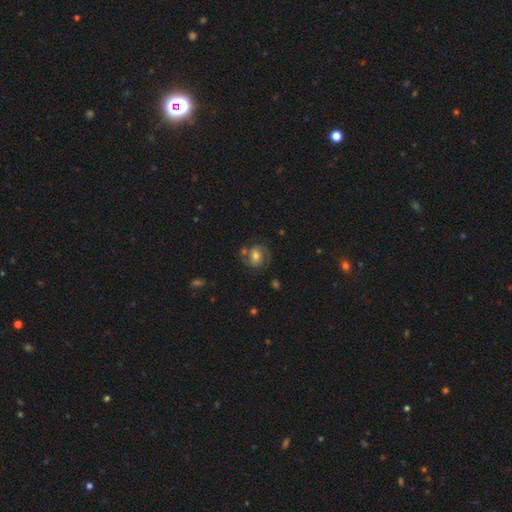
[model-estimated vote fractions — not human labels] Smooth or featured?
  - featured or disk: 61% *
  - smooth: 29%
  - star or artifact: 9%
Edge-on disk?
  - no: 97% *
  - yes: 3%
Bar?
  - no: 52% *
  - weak: 35%
  - strong: 13%
Spiral arms?
  - yes: 87% *
  - no: 13%
Spiral winding?
  - medium: 50% *
  - tight: 32%
  - loose: 18%
Spiral arm count?
  - 2: 84% *
  - can't tell: 8%
  - 1: 4%
  - 3: 2%
  - 4: 1%
  - more than 4: 1%
Bulge size?
  - moderate: 62% *
  - small: 23%
  - large: 11%
  - none: 2%
  - dominant: 2%
Merging?
  - none: 66% *
  - minor disturbance: 17%
  - major disturbance: 10%
  - merger: 7%